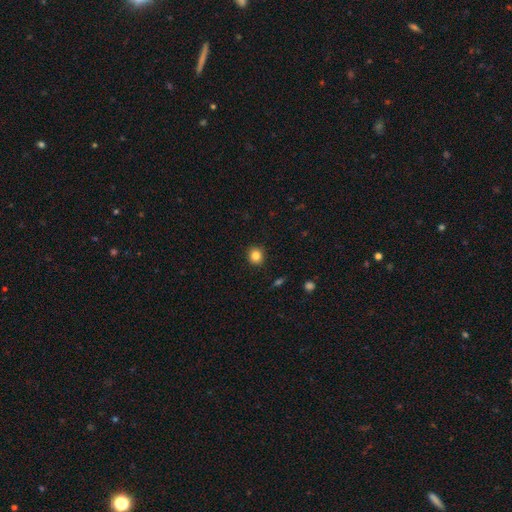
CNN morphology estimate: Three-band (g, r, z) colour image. It shows a smooth galaxy with no disk features (83%) that is round (89%). Merging: none (91%).